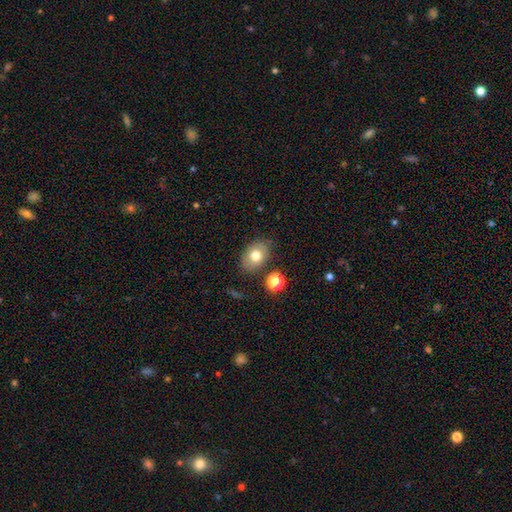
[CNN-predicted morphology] This appears to be a smooth galaxy with no disk features (76%) that is in between round and cigar-shaped (76%). Merging: none (80%).